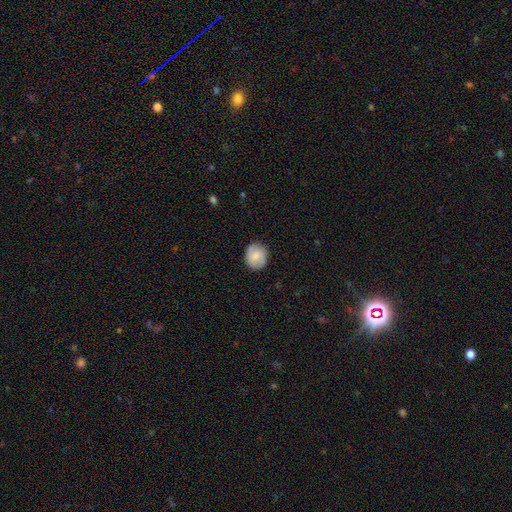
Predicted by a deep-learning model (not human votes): smooth 61%, featured or disk 31%, star or artifact 7%. Down the decision tree: how rounded — round (77%); merging — none (85%).